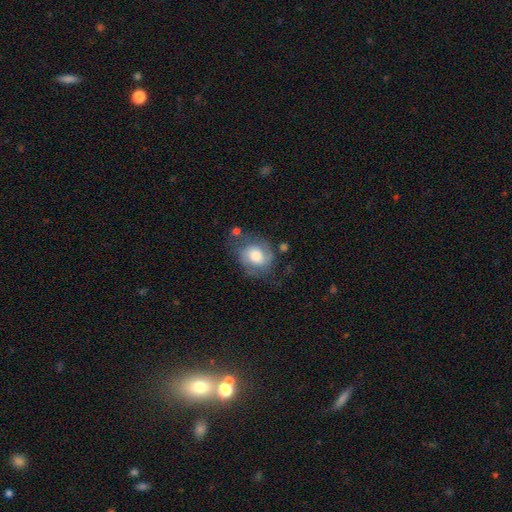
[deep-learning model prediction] smooth_or_featured: featured or disk (p=0.53) [alt: smooth p=0.39]
disk_edge_on: no (p=0.97) [alt: yes p=0.03]
bar: no (p=0.69) [alt: weak p=0.26]
has_spiral_arms: yes (p=0.82) [alt: no p=0.18]
bulge_size: moderate (p=0.42) [tied with: large p=0.42]
merging: none (p=0.55) [alt: minor disturbance p=0.25]